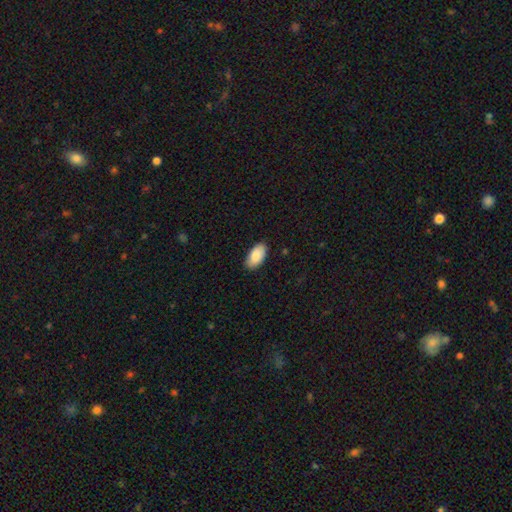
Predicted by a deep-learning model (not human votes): A smooth galaxy with no disk features (87%) that is in between round and cigar-shaped (96%).

Vote fractions:
- Smooth or featured? smooth: 87% / featured or disk: 8% / star or artifact: 6%
- How rounded? in between: 96% / round: 2% / cigar-shaped: 2%
- Merging? none: 86% / minor disturbance: 11% / major disturbance: 2% / merger: 1%